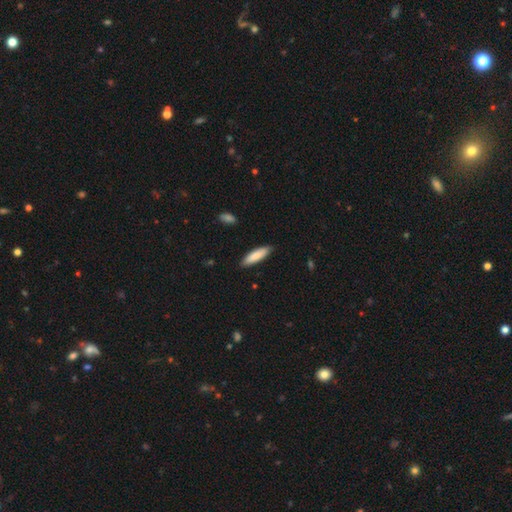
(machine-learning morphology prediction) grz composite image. It shows a smooth galaxy with no disk features (84%) that is cigar-shaped (61%). Merging: none (87%).